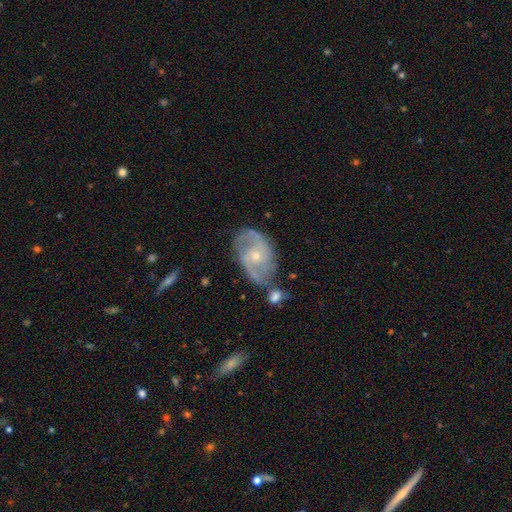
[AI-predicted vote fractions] smooth_or_featured: featured or disk (p=0.81) [alt: smooth p=0.13]
disk_edge_on: no (p=0.96) [alt: yes p=0.04]
bar: no (p=0.64) [alt: weak p=0.31]
has_spiral_arms: yes (p=0.92) [alt: no p=0.08]
spiral_winding: medium (p=0.48) [alt: tight p=0.32]
spiral_arm_count: 2 (p=0.71) [alt: can't tell p=0.15]
bulge_size: small (p=0.62) [alt: moderate p=0.35]
merging: none (p=0.59) [alt: minor disturbance p=0.23]